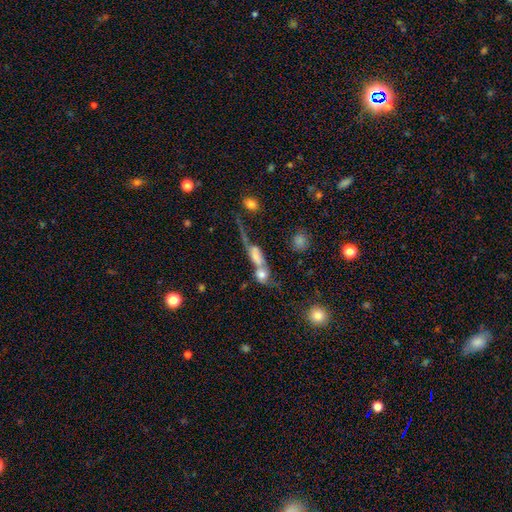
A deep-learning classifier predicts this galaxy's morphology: smooth 50%, featured or disk 36%, star or artifact 15%. Down the decision tree: merging — merger (68%).